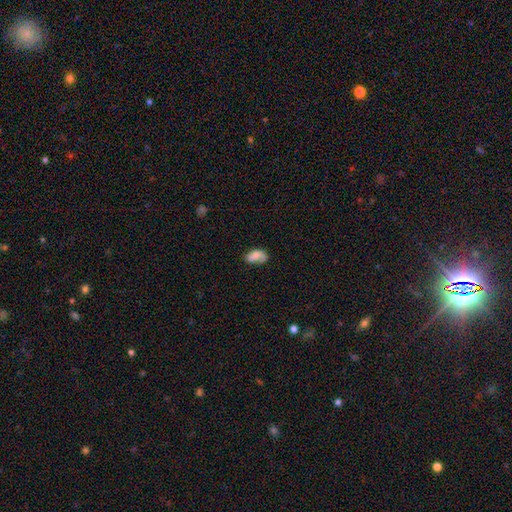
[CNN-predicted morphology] smooth_or_featured: smooth (p=0.71) [alt: featured or disk p=0.20]
how_rounded: in between (p=0.91) [alt: round p=0.07]
merging: none (p=0.48) [alt: minor disturbance p=0.29]